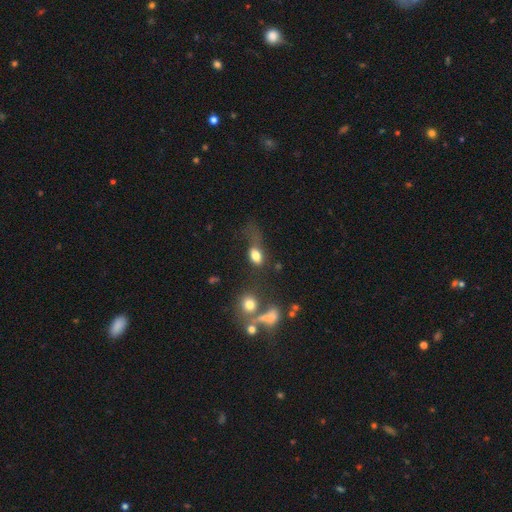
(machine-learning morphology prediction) A smooth galaxy with no disk features (77%) that is in between round and cigar-shaped (80%). Merging: major disturbance (37%).